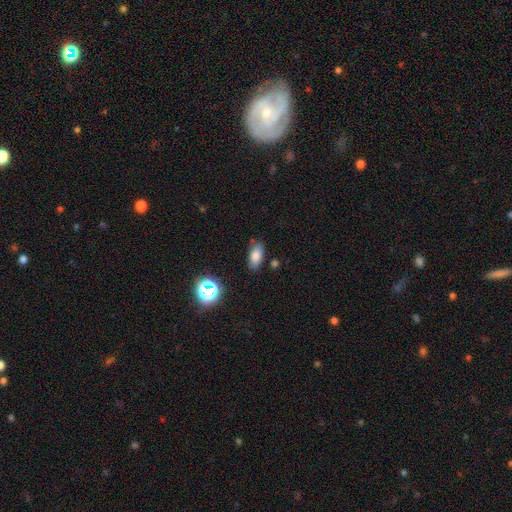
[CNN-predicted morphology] smooth-or-featured: smooth: 79% | star or artifact: 12% | featured or disk: 9%
  how-rounded: in between: 88% | cigar-shaped: 6% | round: 5%
  merging: none: 81% | minor disturbance: 13% | merger: 3% | major disturbance: 3%